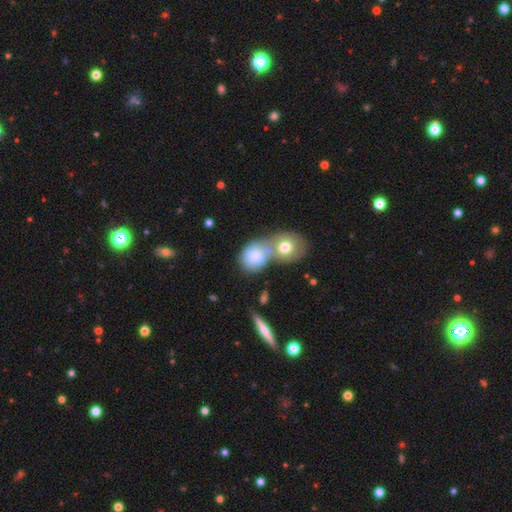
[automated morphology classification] This is likely a smooth galaxy (74%). How rounded: possibly round (50%). Merging: likely merger (64%).